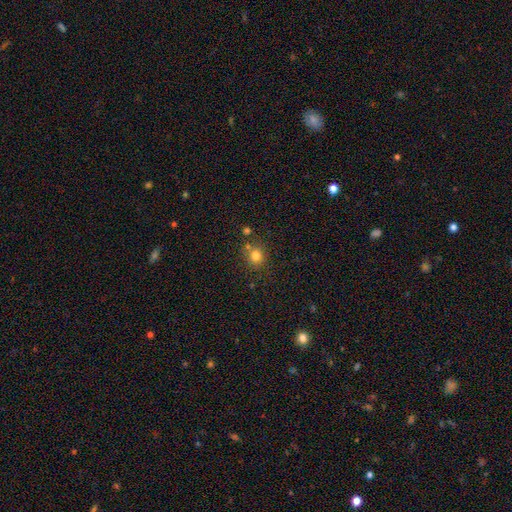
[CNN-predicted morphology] smooth_or_featured: smooth (p=0.79) [alt: star or artifact p=0.14]
how_rounded: round (p=0.82) [alt: in between p=0.17]
merging: none (p=0.70) [alt: merger p=0.15]